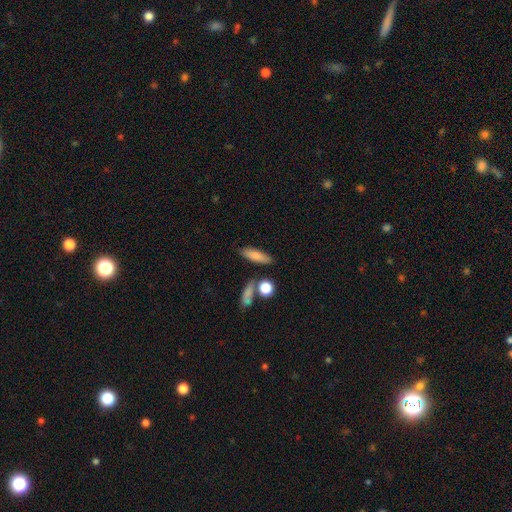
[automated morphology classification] smooth_or_featured: smooth (p=0.79) [alt: featured or disk p=0.13]
how_rounded: cigar-shaped (p=0.53) [alt: in between p=0.42]
merging: none (p=0.76) [alt: minor disturbance p=0.12]